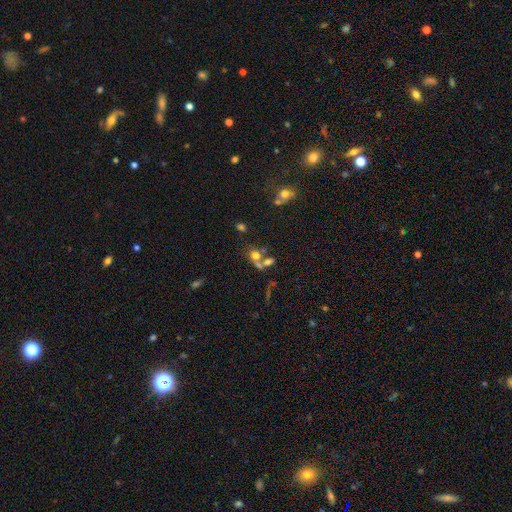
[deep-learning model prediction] A smooth galaxy with no disk features (62%) that is round (63%).

Vote fractions:
- Smooth or featured? smooth: 62% / star or artifact: 19% / featured or disk: 19%
- How rounded? round: 63% / in between: 35% / cigar-shaped: 2%
- Merging? merger: 48% / none: 36% / minor disturbance: 9% / major disturbance: 7%